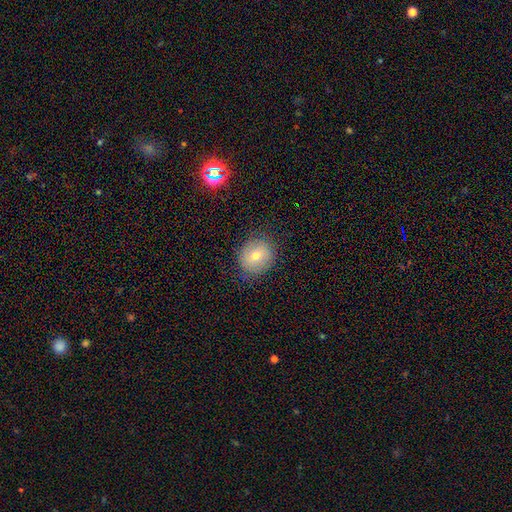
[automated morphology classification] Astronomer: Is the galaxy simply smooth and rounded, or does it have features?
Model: smooth — 68%.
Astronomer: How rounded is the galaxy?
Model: round — 77%.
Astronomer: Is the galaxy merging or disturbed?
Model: none — 81%.